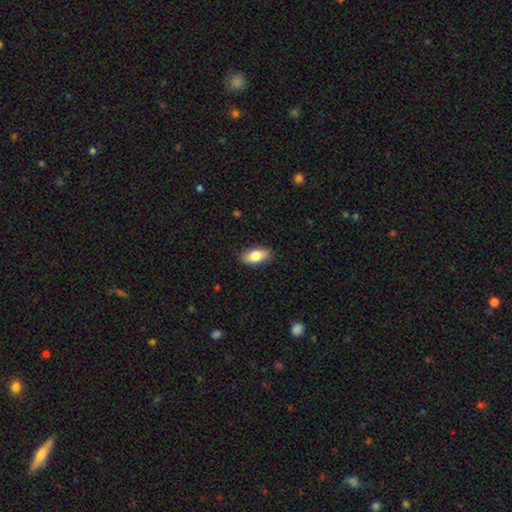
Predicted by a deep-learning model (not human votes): Smooth or featured? smooth (81%)
How rounded? in between (89%)
Merging? none (88%)